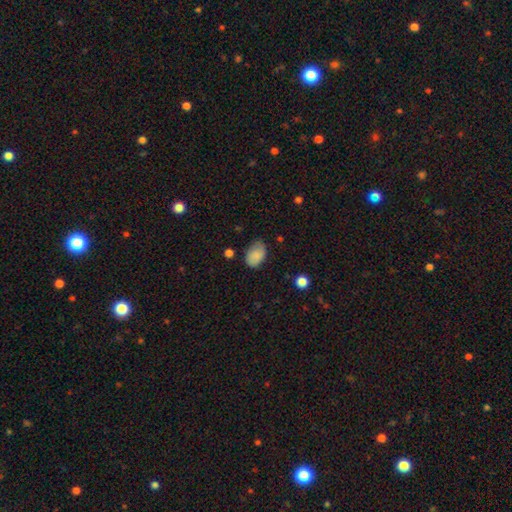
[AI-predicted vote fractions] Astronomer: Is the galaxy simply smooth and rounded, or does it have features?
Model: smooth — 83%.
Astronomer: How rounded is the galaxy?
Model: in between — 85%.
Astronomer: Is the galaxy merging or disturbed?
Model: none — 62%.